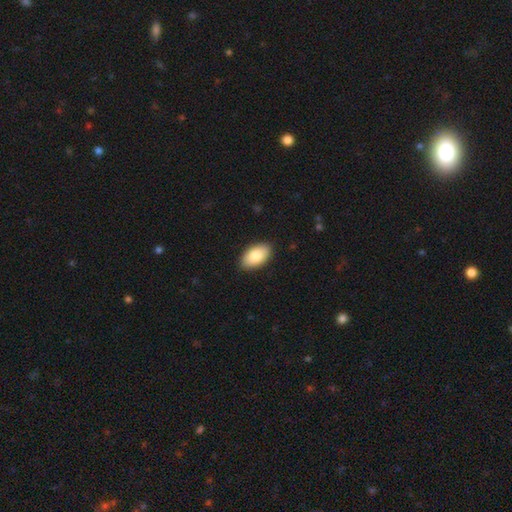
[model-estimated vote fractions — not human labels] smooth 86%, featured or disk 8%, star or artifact 6%. Down the decision tree: how rounded — in between (95%); merging — none (89%).